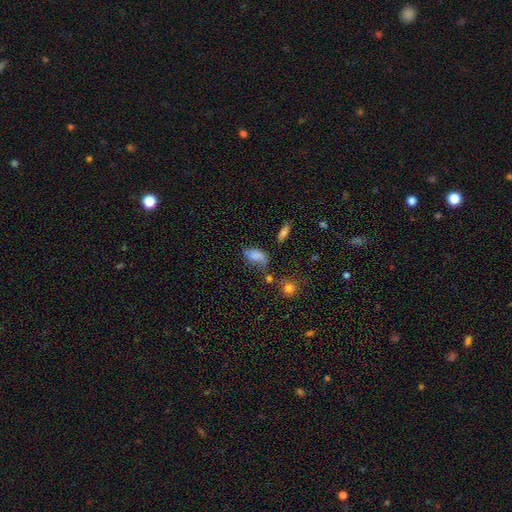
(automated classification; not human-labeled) The model was most divided on "merging": none: 41%, minor disturbance: 29%, major disturbance: 18%, merger: 12%. More confident: how rounded — in between (86%); smooth or featured — smooth (64%).